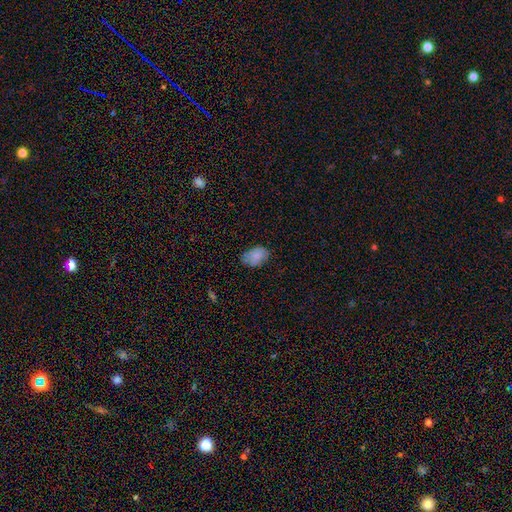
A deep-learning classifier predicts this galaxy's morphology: Smooth or featured? smooth (83%)
How rounded? in between (85%)
Merging? none (69%)